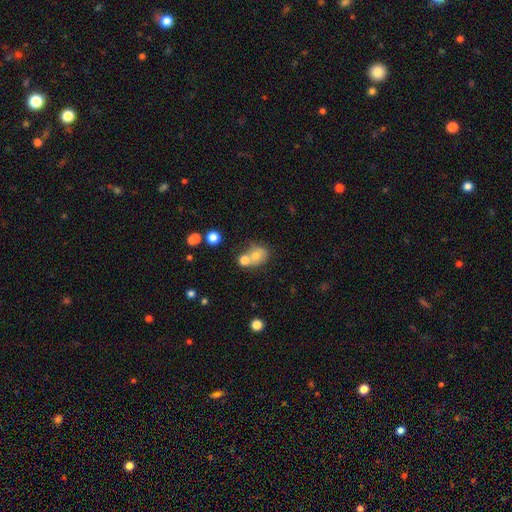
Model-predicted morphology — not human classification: This is likely a smooth galaxy (68%). How rounded: likely round (65%). Merging: marginally merger (43%).